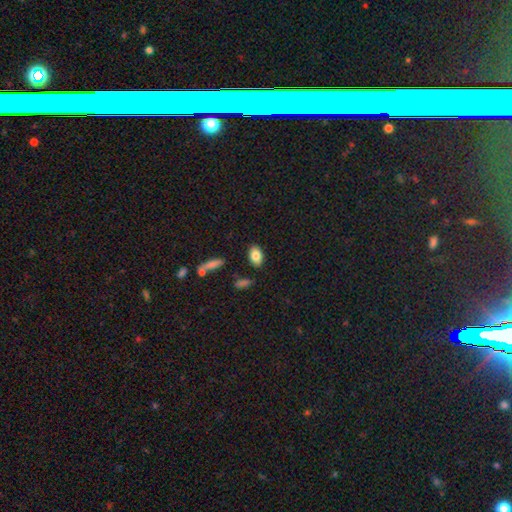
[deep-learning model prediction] A smooth galaxy with no disk features (83%) that is in between round and cigar-shaped (87%).

Vote fractions:
- Smooth or featured? smooth: 83% / featured or disk: 9% / star or artifact: 8%
- How rounded? in between: 87% / round: 11% / cigar-shaped: 2%
- Merging? none: 85% / minor disturbance: 10% / merger: 3% / major disturbance: 3%